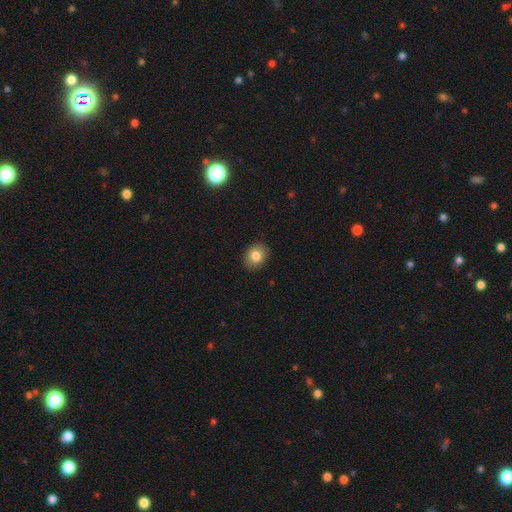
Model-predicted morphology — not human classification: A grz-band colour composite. It shows a smooth galaxy with no disk features (83%) that is in between round and cigar-shaped (52%). Merging: none (88%).